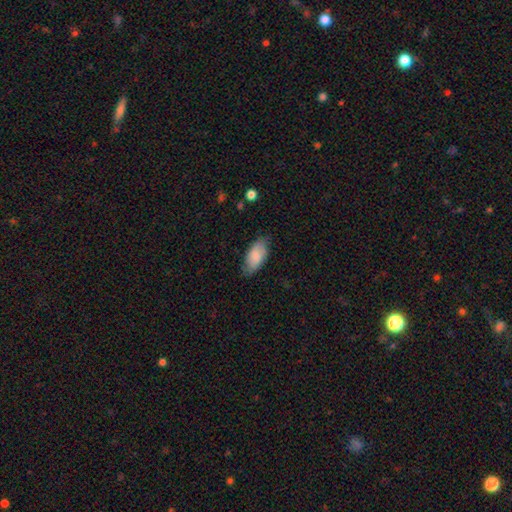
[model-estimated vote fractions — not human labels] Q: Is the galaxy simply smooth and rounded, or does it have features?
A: smooth — 81%.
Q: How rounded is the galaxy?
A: in between — 92%.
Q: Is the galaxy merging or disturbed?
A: none — 75%.